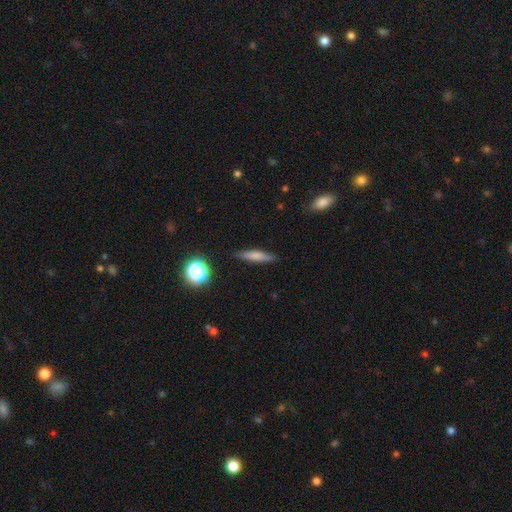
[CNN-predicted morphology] A smooth galaxy with no disk features (70%) that is cigar-shaped (84%). Merging: none (87%).